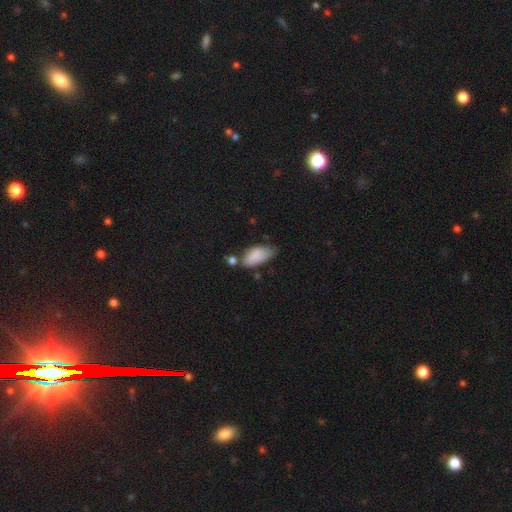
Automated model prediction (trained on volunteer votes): smooth_or_featured: smooth (p=0.84) [alt: featured or disk p=0.10]
how_rounded: in between (p=0.89) [alt: cigar-shaped p=0.09]
merging: none (p=0.41) [alt: minor disturbance p=0.37]